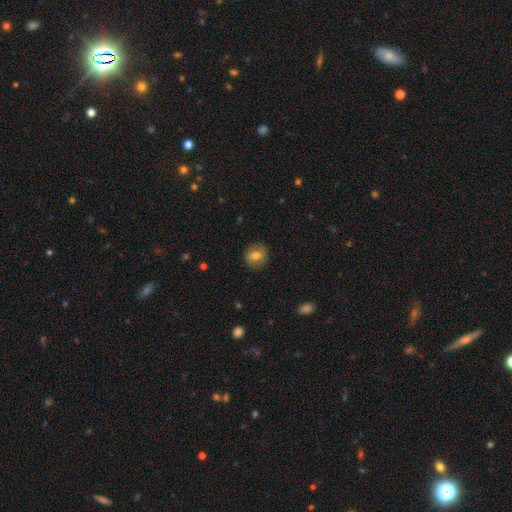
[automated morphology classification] Smooth or featured? Predicted: smooth (p=0.68). How rounded? Predicted: round (p=0.81). Merging? Predicted: none (p=0.86).